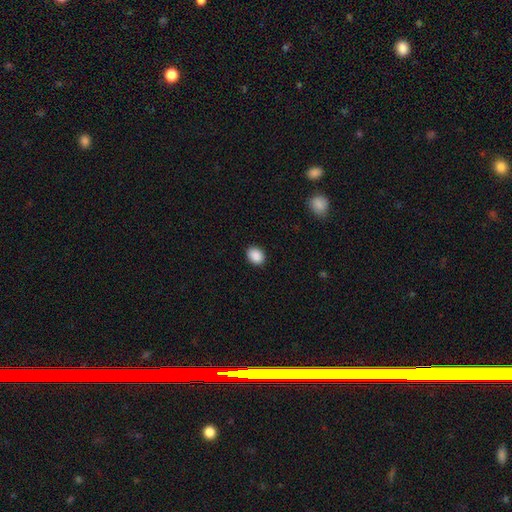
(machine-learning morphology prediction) smooth_or_featured: smooth (p=0.90) [alt: star or artifact p=0.08]
how_rounded: in between (p=0.55) [alt: round p=0.44]
merging: none (p=0.89) [alt: minor disturbance p=0.08]